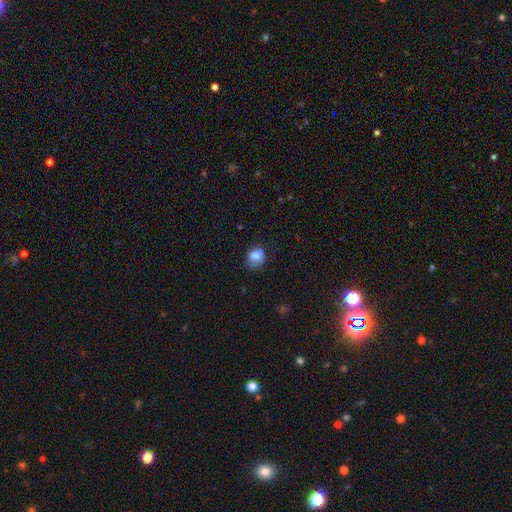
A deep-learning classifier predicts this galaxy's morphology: Smooth or featured? Predicted: smooth (p=0.75). How rounded? Predicted: round (p=0.55). Merging? Predicted: none (p=0.52).